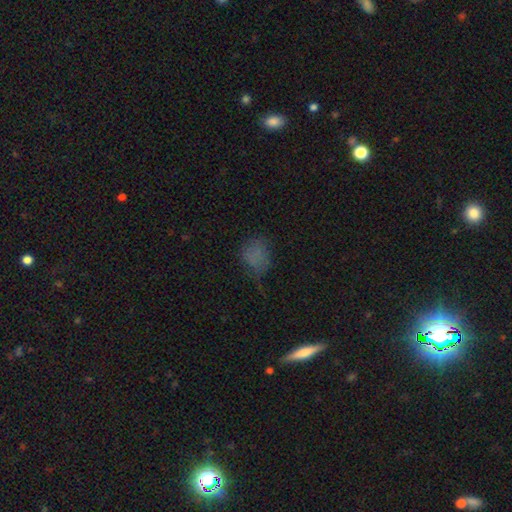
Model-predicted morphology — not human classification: Smooth or featured? smooth (65%)
How rounded? round (49%, tied with in between)
Merging? none (48%)